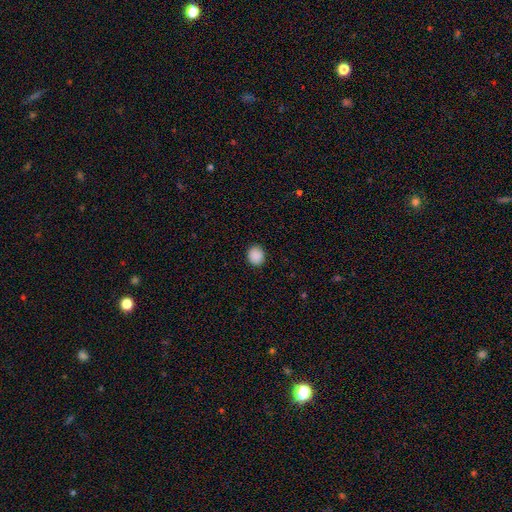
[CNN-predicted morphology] A smooth galaxy with no disk features (90%) that is round (69%).

Vote fractions:
- Smooth or featured? smooth: 90% / star or artifact: 8% / featured or disk: 2%
- How rounded? round: 69% / in between: 30% / cigar-shaped: 1%
- Merging? none: 90% / minor disturbance: 7% / major disturbance: 2% / merger: 1%